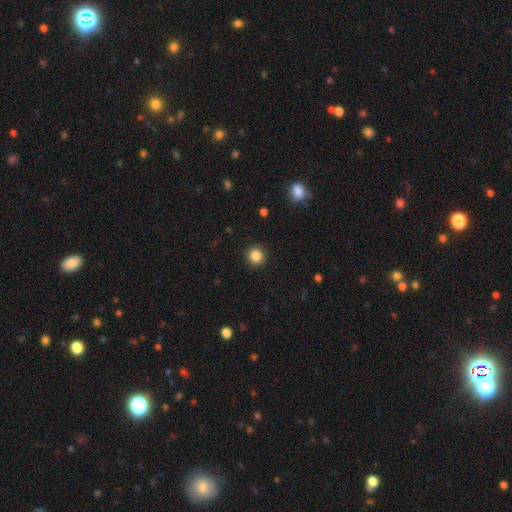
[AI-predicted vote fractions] Overall: smooth (85%). How rounded: round (91%). Merging: none (92%).